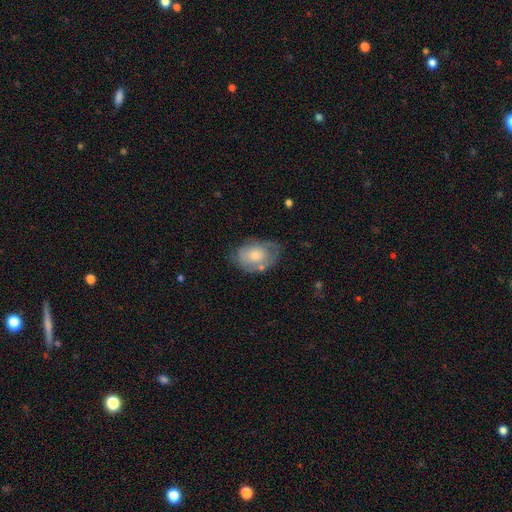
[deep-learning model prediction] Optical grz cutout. It shows a smooth galaxy with no disk features (56%) that is in between round and cigar-shaped (77%). Merging: none (52%).